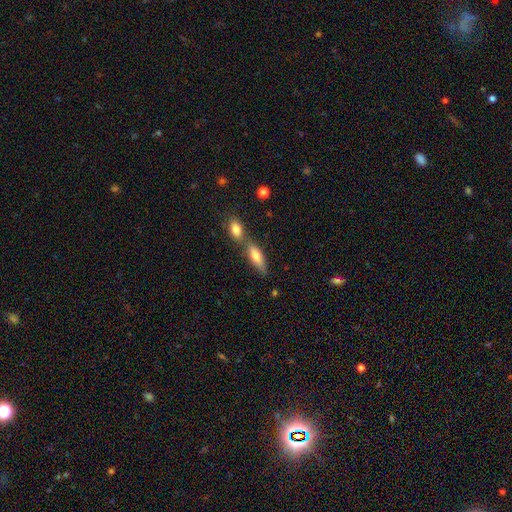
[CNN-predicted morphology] The model was most divided on "merging": none: 47%, merger: 38%, minor disturbance: 11%, major disturbance: 4%. More confident: smooth or featured — smooth (73%); how rounded — in between (56%).